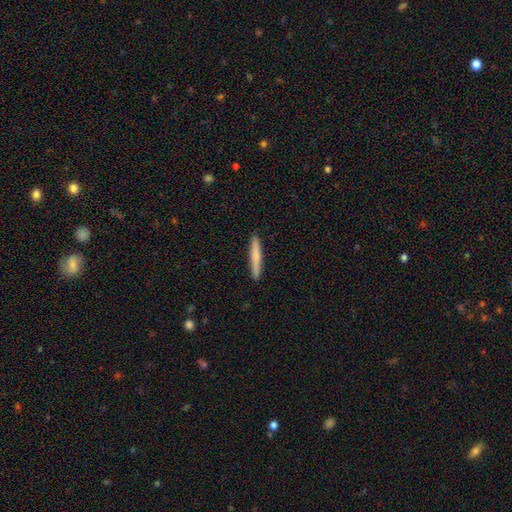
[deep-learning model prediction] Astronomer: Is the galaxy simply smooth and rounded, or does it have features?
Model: smooth — 71%.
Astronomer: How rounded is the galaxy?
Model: cigar-shaped — 95%.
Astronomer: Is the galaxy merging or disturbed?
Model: none — 92%.